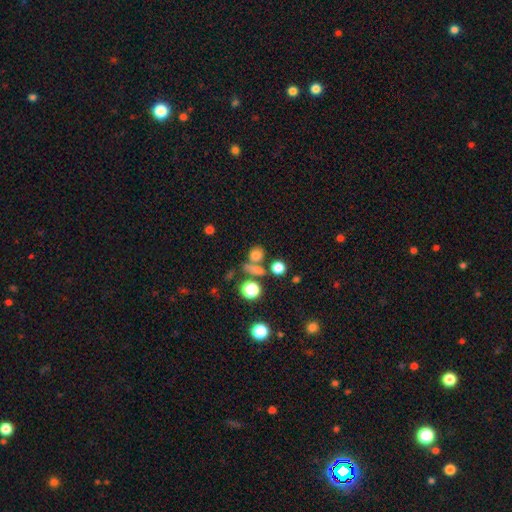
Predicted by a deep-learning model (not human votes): Smooth or featured?
  - smooth: 73% *
  - star or artifact: 19%
  - featured or disk: 9%
How rounded?
  - round: 77% *
  - in between: 21%
  - cigar-shaped: 2%
Merging?
  - none: 57% *
  - merger: 27%
  - minor disturbance: 10%
  - major disturbance: 6%